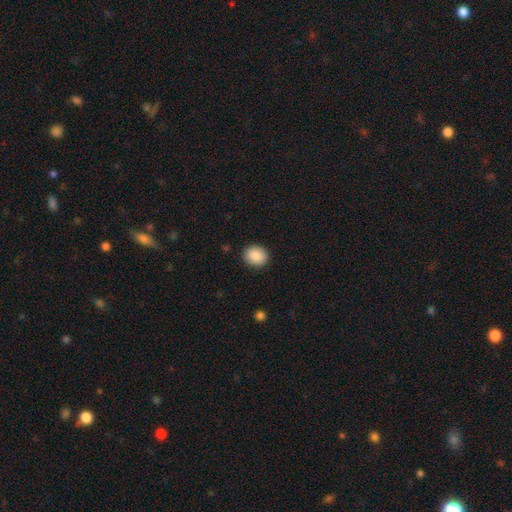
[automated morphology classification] A smooth galaxy with no disk features (89%) that is round (64%).

Vote fractions:
- Smooth or featured? smooth: 89% / star or artifact: 7% / featured or disk: 4%
- How rounded? round: 64% / in between: 36% / cigar-shaped: 1%
- Merging? none: 89% / minor disturbance: 7% / major disturbance: 2% / merger: 1%